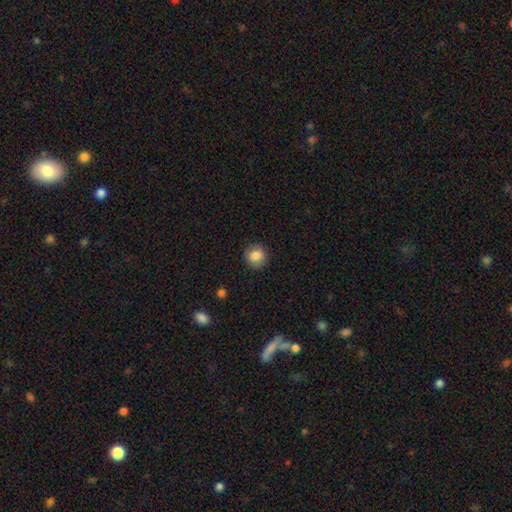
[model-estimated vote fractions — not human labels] Morphology: type=smooth (85%); roundness=round (85%); merging=none (87%).